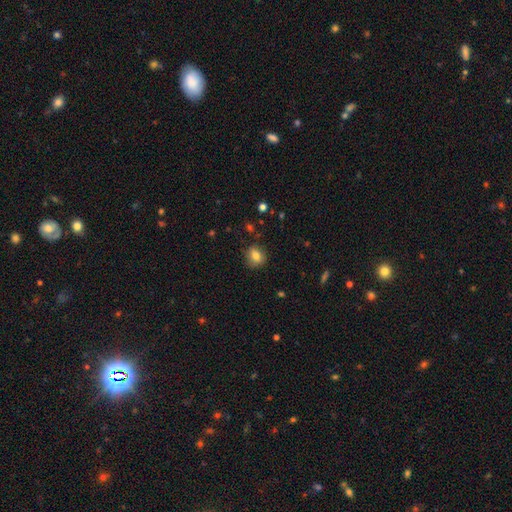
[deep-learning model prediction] A smooth galaxy with no disk features (79%) that is round (62%).

Vote fractions:
- Smooth or featured? smooth: 79% / featured or disk: 11% / star or artifact: 10%
- How rounded? round: 62% / in between: 37% / cigar-shaped: 1%
- Merging? none: 80% / minor disturbance: 15% / major disturbance: 4% / merger: 2%